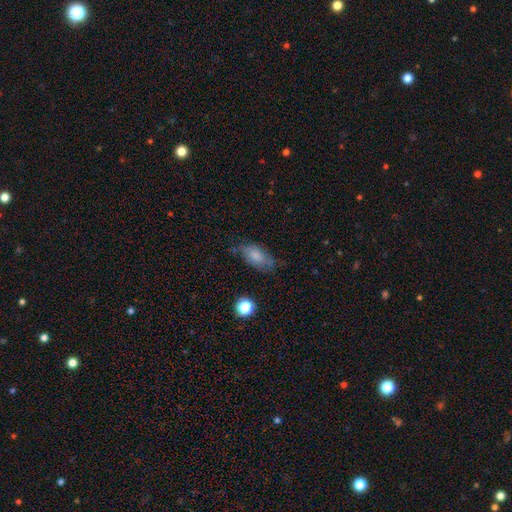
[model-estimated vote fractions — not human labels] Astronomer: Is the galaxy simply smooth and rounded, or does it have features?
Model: smooth — 70%.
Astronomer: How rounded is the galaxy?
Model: in between — 90%.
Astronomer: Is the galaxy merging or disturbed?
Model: none — 58%.